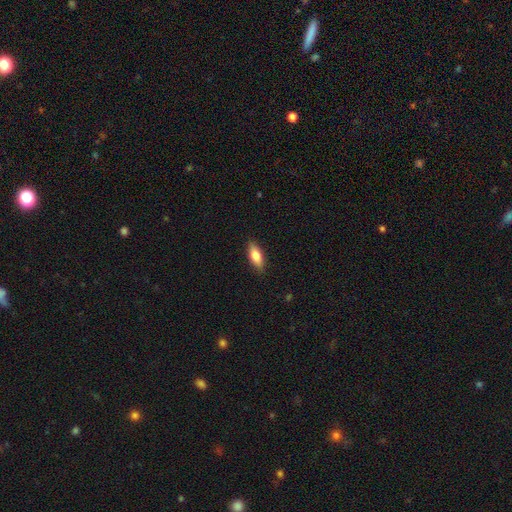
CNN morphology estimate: A smooth galaxy with no disk features (73%) that is in between round and cigar-shaped (72%). Merging: none (88%).